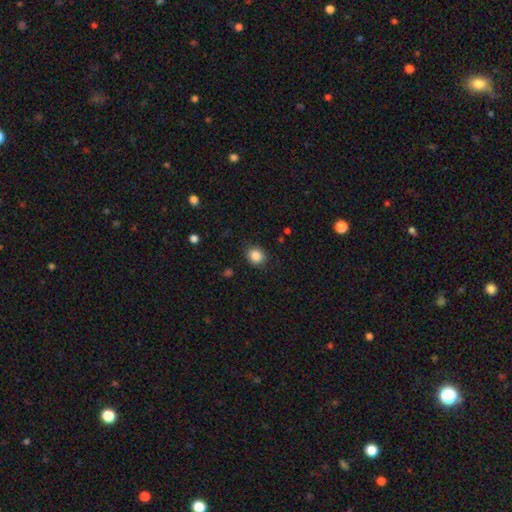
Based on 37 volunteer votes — Q: Smooth or featured?
A: smooth (81%); runner-up: featured or disk (14%)
Q: How rounded?
A: round (73%); runner-up: in between (27%)
Q: Merging?
A: none (91%); runner-up: minor disturbance (6%)